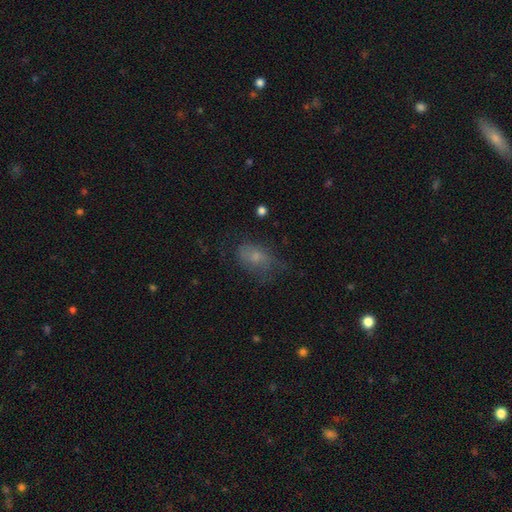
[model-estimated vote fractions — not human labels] A smooth galaxy with no disk features (55%) that is in between round and cigar-shaped (78%).

Vote fractions:
- Smooth or featured? smooth: 55% / featured or disk: 28% / star or artifact: 18%
- How rounded? in between: 78% / round: 20% / cigar-shaped: 2%
- Merging? none: 55% / minor disturbance: 26% / major disturbance: 18% / merger: 2%